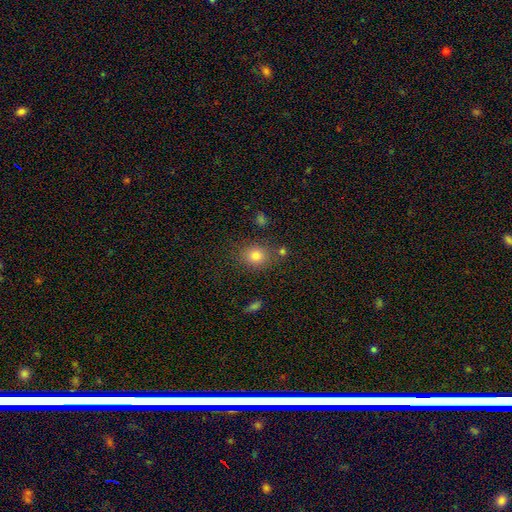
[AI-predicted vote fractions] Morphology: type=smooth (81%); roundness=round (57%); merging=none (77%).